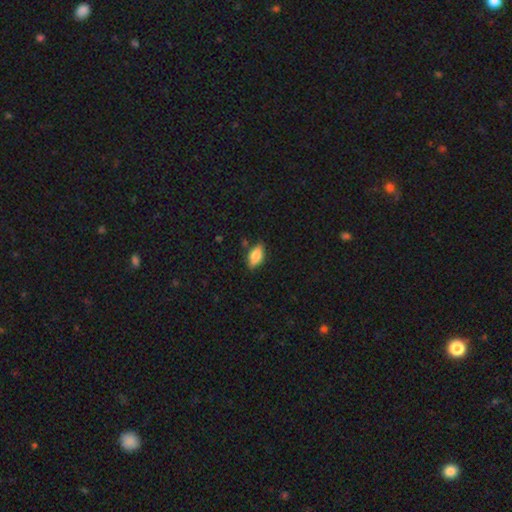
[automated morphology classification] A smooth galaxy with no disk features (79%) that is in between round and cigar-shaped (88%). Merging: none (81%).